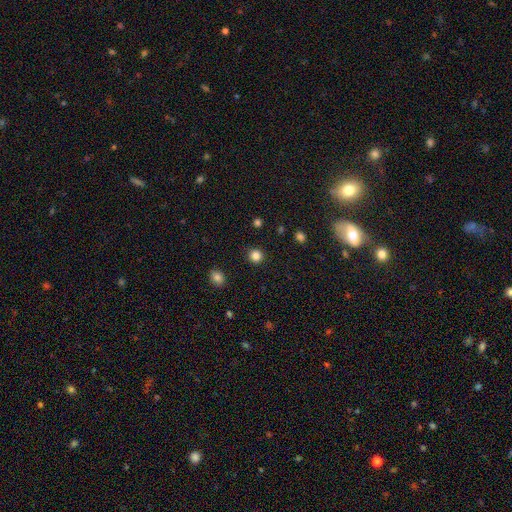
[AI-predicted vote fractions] Q: Smooth or featured?
A: smooth (84%); runner-up: star or artifact (12%)
Q: How rounded?
A: round (91%); runner-up: in between (8%)
Q: Merging?
A: none (91%); runner-up: minor disturbance (6%)